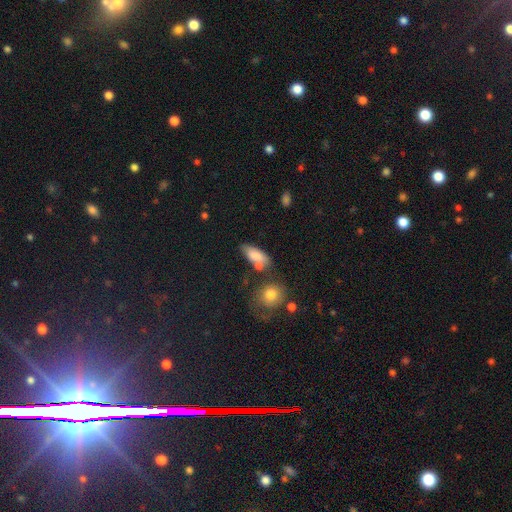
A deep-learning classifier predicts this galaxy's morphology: Smooth or featured? smooth (80%)
How rounded? in between (78%)
Merging? none (51%)